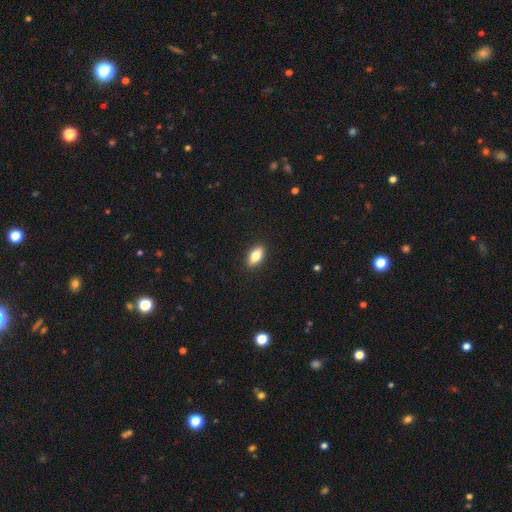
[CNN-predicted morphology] smooth-or-featured: smooth: 78% | featured or disk: 14% | star or artifact: 7%
  how-rounded: in between: 85% | cigar-shaped: 9% | round: 5%
  merging: none: 90% | minor disturbance: 8% | major disturbance: 2% | merger: 1%